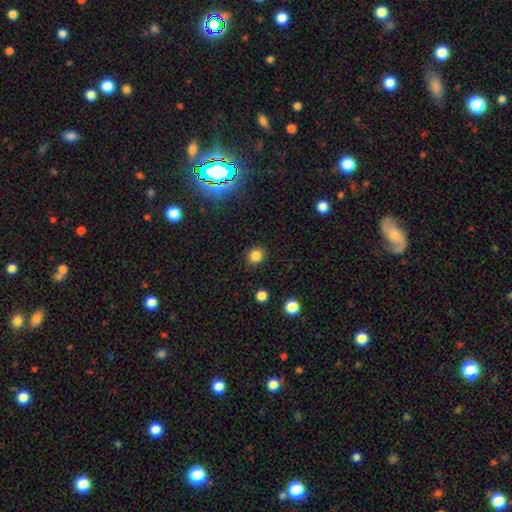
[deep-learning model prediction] Smooth or featured? smooth (83%)
How rounded? round (69%)
Merging? none (88%)